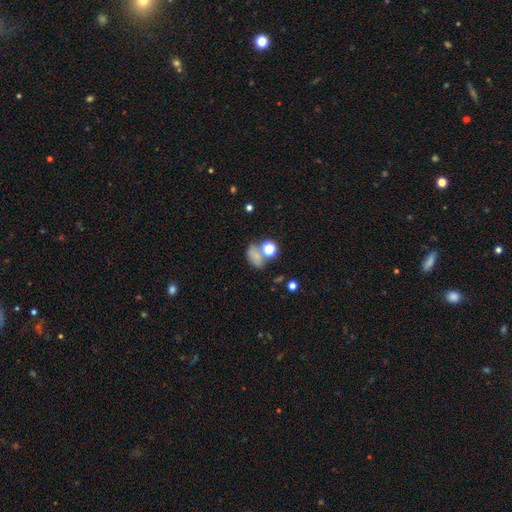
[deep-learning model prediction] This appears to be a smooth galaxy with no disk features (67%) that is in between round and cigar-shaped (69%). Merging: none (42%).